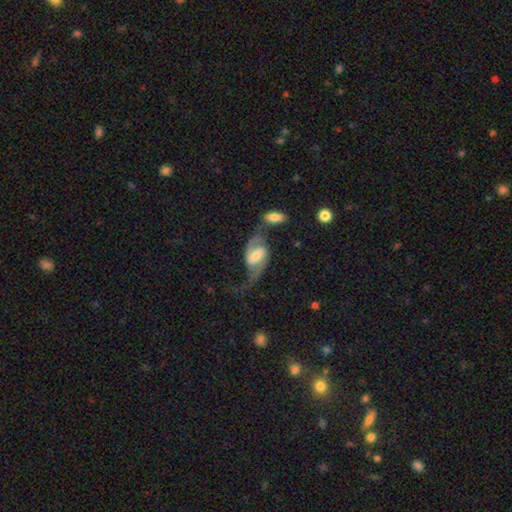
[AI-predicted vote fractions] Smooth or featured?
  - featured or disk: 82% *
  - smooth: 12%
  - star or artifact: 5%
Edge-on disk?
  - no: 96% *
  - yes: 4%
Bar?
  - weak: 47% *
  - strong: 35%
  - no: 17%
Spiral arms?
  - yes: 94% *
  - no: 6%
Spiral winding?
  - loose: 56% *
  - medium: 35%
  - tight: 10%
Spiral arm count?
  - 2: 89% *
  - 1: 4%
  - can't tell: 4%
  - 3: 1%
  - 4: 1%
  - more than 4: 1%
Bulge size?
  - moderate: 53% *
  - small: 32%
  - large: 10%
  - none: 3%
  - dominant: 2%
Merging?
  - none: 44% *
  - major disturbance: 21%
  - minor disturbance: 18%
  - merger: 17%